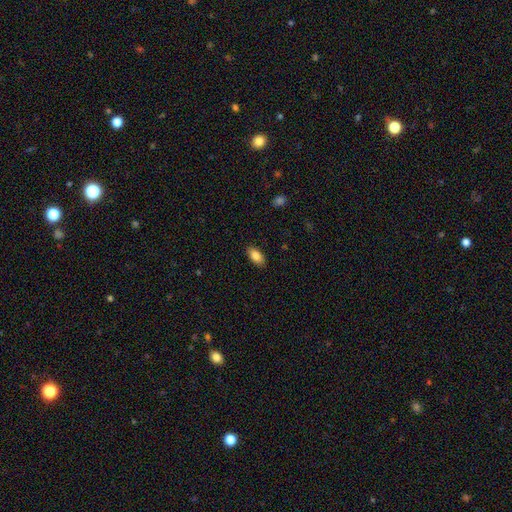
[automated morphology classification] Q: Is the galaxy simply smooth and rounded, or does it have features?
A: smooth — 85%.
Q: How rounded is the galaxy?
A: in between — 92%.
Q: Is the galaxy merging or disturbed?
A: none — 88%.